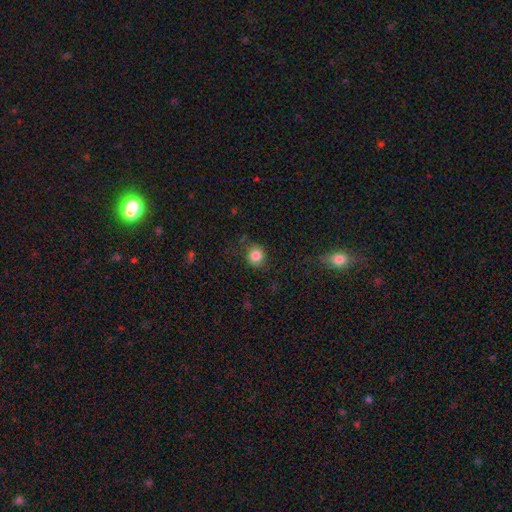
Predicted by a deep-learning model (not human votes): Smooth or featured? smooth (83%)
How rounded? round (86%)
Merging? none (80%)